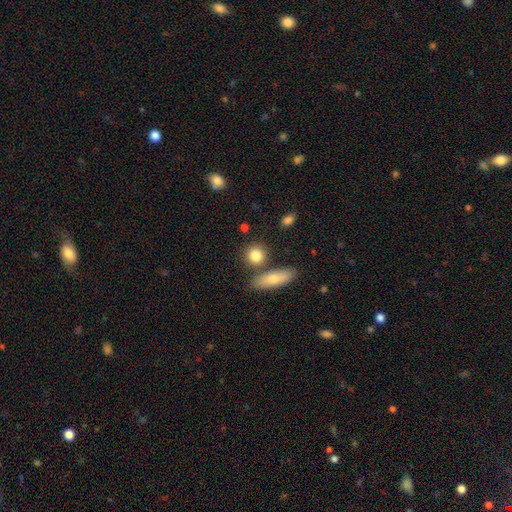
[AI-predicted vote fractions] This is clearly a smooth galaxy (82%). How rounded: likely round (73%). Merging: likely none (74%).